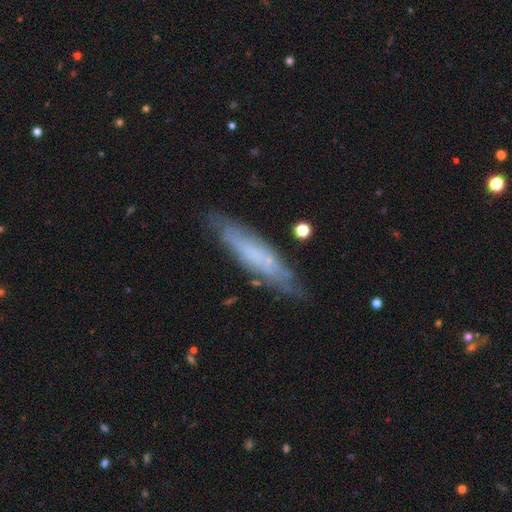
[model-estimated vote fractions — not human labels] Smooth or featured: smooth — 47% (featured or disk — 45%)
Merging: none — 77% (minor disturbance — 17%)